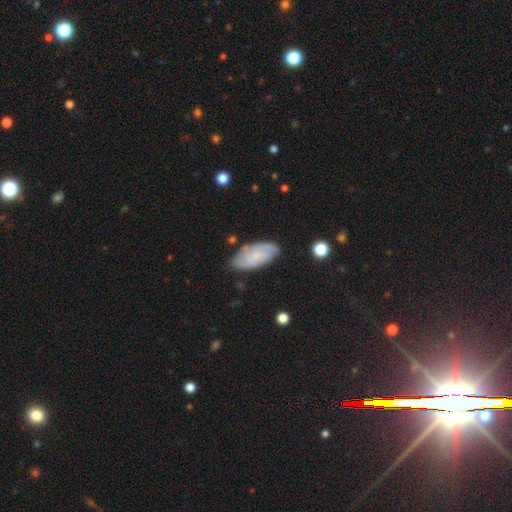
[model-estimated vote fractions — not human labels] A featured or disk galaxy (54%) with no bar (68%), spiral arms (87%) and a small central bulge (63%). Merging: none (75%).